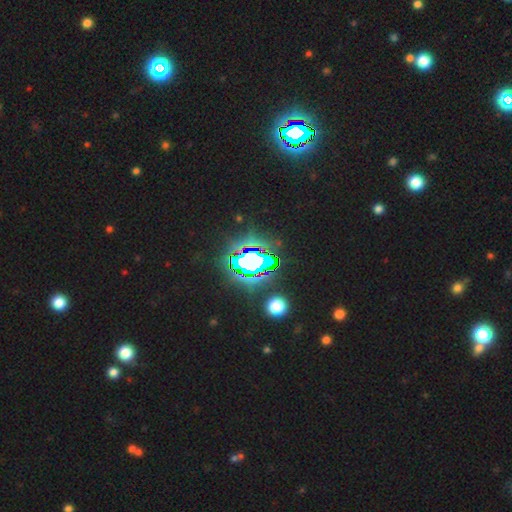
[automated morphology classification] The model was most divided on "smooth or featured": star or artifact: 81%, smooth: 11%, featured or disk: 8%.